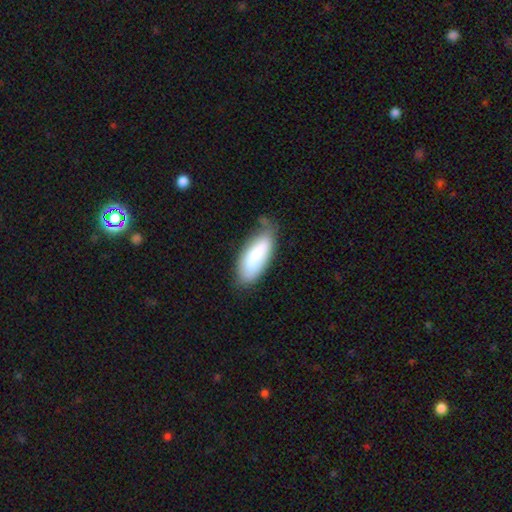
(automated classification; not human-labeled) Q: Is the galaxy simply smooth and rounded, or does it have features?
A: smooth — 75%.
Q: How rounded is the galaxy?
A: in between — 76%.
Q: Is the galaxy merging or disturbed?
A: none — 54%.